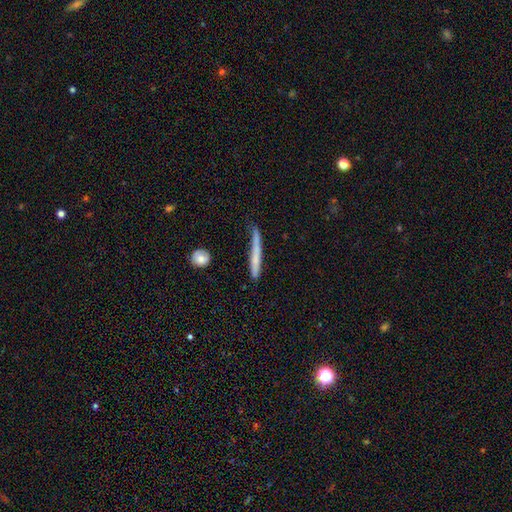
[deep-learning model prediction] A smooth galaxy with no disk features (58%) that is cigar-shaped (96%).

Vote fractions:
- Smooth or featured? smooth: 58% / featured or disk: 35% / star or artifact: 7%
- How rounded? cigar-shaped: 96% / in between: 3% / round: 2%
- Merging? none: 70% / minor disturbance: 22% / major disturbance: 5% / merger: 3%